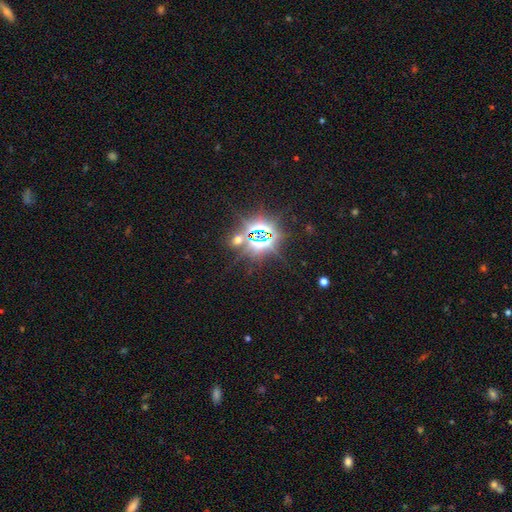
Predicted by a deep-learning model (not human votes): smooth-or-featured: star or artifact: 82% | smooth: 10% | featured or disk: 9%